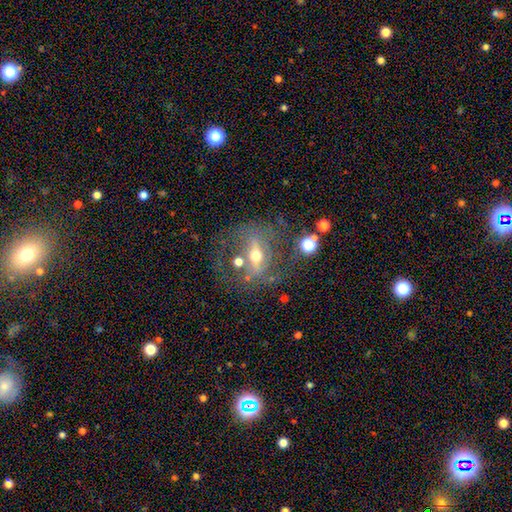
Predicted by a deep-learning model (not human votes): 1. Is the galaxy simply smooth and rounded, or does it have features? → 69% featured or disk, 20% smooth, 12% star or artifact.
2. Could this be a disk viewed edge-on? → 70% no, 30% yes.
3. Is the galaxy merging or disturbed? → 60% none, 17% minor disturbance, 14% major disturbance, 9% merger.